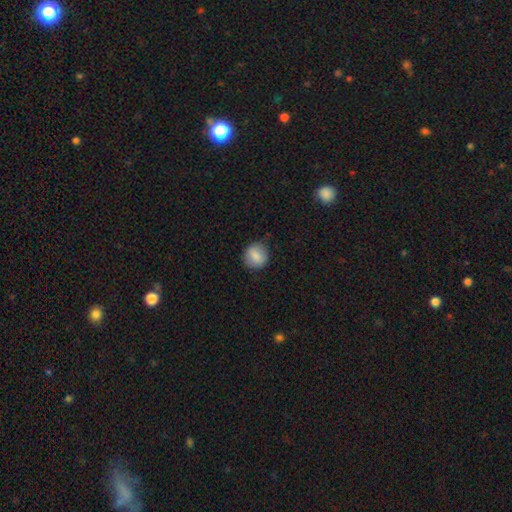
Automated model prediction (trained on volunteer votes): Q: Smooth or featured?
A: smooth (80%); runner-up: featured or disk (12%)
Q: How rounded?
A: round (82%); runner-up: in between (17%)
Q: Merging?
A: none (82%); runner-up: minor disturbance (14%)